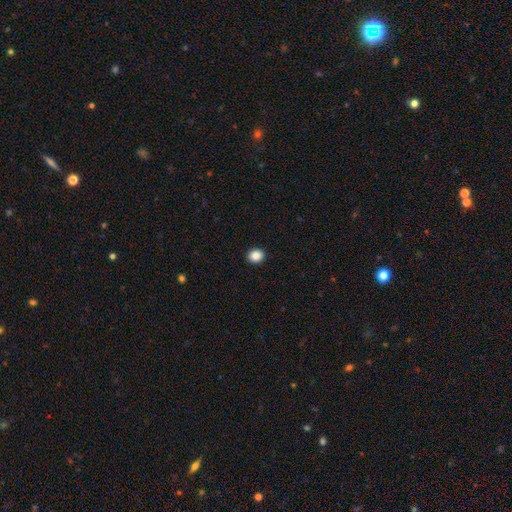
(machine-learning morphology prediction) A smooth galaxy with no disk features (87%) that is round (72%).

Vote fractions:
- Smooth or featured? smooth: 87% / star or artifact: 9% / featured or disk: 4%
- How rounded? round: 72% / in between: 27% / cigar-shaped: 1%
- Merging? none: 93% / minor disturbance: 5% / major disturbance: 2% / merger: 1%